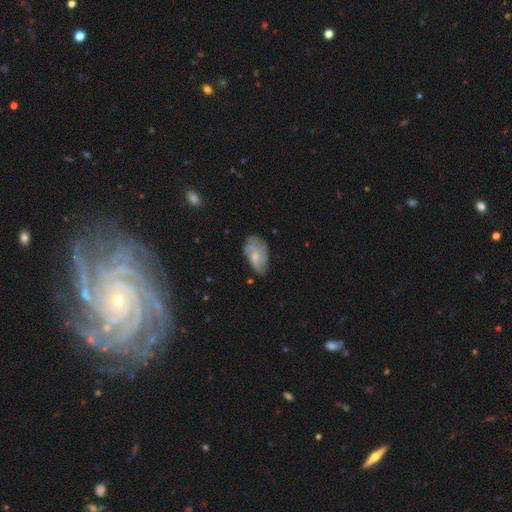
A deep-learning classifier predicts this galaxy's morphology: smooth-or-featured: featured or disk: 58% | smooth: 34% | star or artifact: 8%
  disk-edge-on: no: 96% | yes: 4%
    bar: no: 66% | weak: 29% | strong: 4%
    has-spiral-arms: yes: 81% | no: 19%
    bulge-size: moderate: 43% | small: 34% | none: 16% | large: 5% | dominant: 1%
  merging: none: 57% | minor disturbance: 28% | major disturbance: 13% | merger: 2%